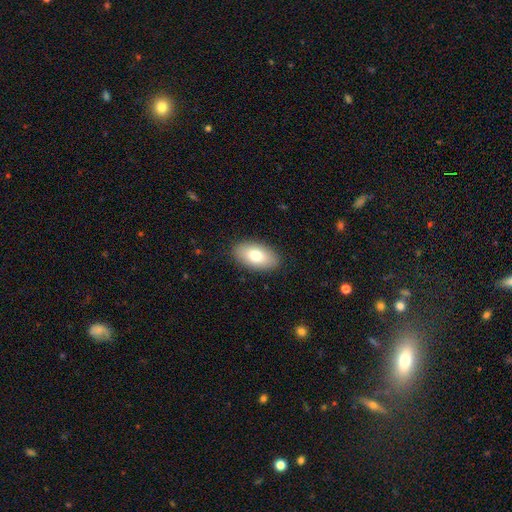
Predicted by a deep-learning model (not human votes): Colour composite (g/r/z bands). It shows a smooth galaxy with no disk features (76%) that is in between round and cigar-shaped (93%). Merging: none (88%).